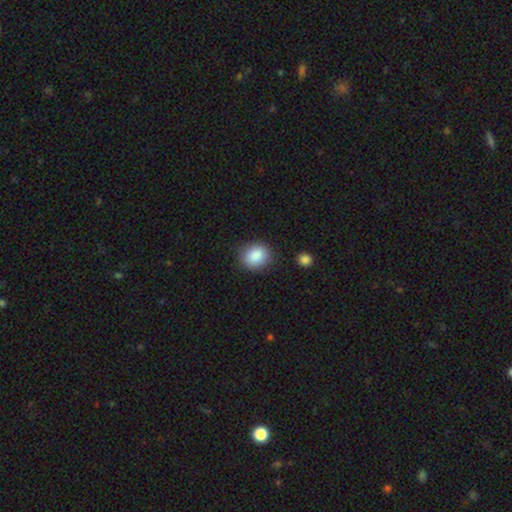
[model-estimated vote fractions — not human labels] This appears to be a smooth galaxy with no disk features (88%) that is round (65%). Merging: none (83%).